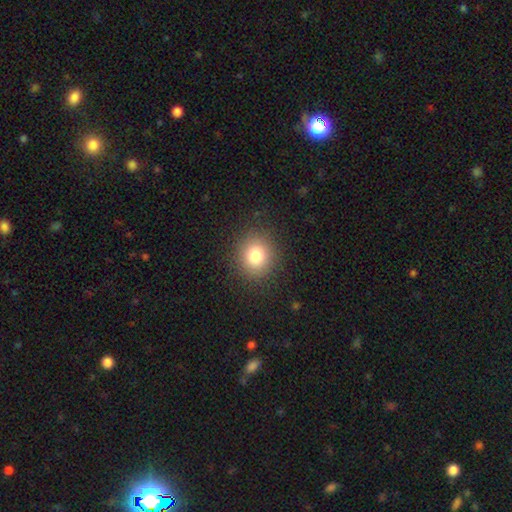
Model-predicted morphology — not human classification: Smooth or featured: smooth — 80% (star or artifact — 12%)
How rounded: round — 83% (in between — 16%)
Merging: none — 88% (minor disturbance — 7%)